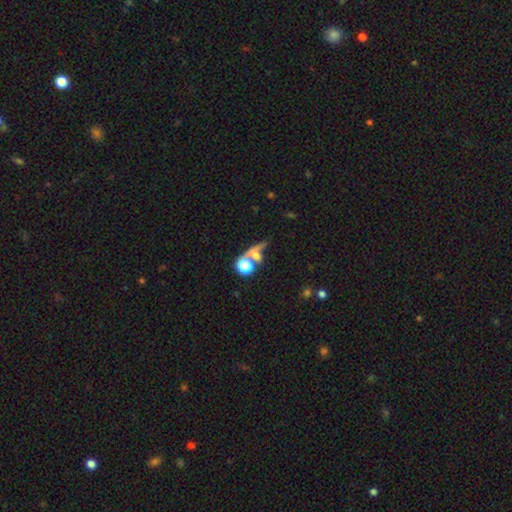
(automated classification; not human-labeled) Smooth or featured? Predicted: smooth (p=0.48). Merging? Predicted: none (p=0.39).